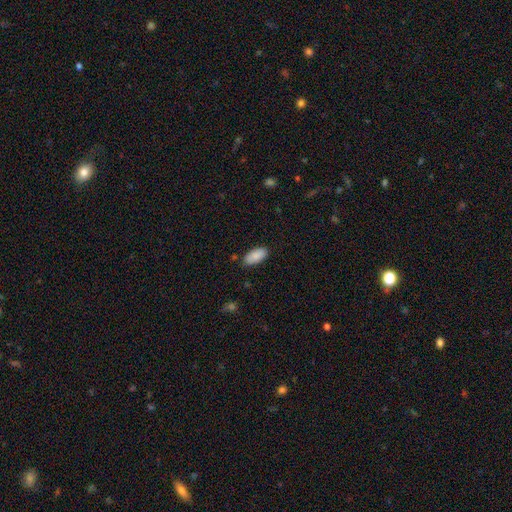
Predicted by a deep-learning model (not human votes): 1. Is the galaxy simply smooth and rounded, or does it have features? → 87% smooth, 7% featured or disk, 6% star or artifact.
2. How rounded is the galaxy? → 93% in between, 5% cigar-shaped, 2% round.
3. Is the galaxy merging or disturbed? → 83% none, 13% minor disturbance, 2% major disturbance, 2% merger.